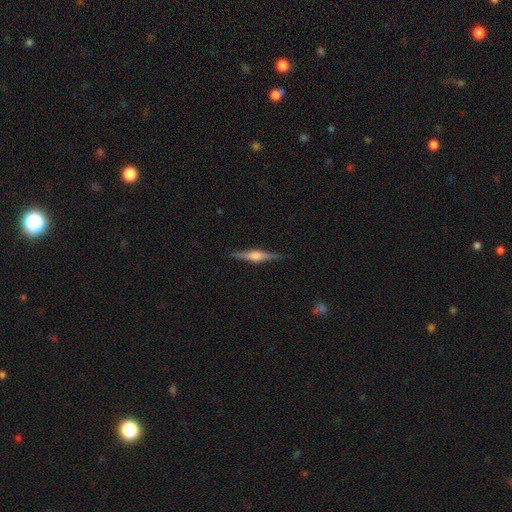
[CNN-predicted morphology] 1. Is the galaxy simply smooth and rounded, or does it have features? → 75% featured or disk, 19% smooth, 6% star or artifact.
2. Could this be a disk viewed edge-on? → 98% yes, 2% no.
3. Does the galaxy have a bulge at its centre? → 87% rounded, 10% boxy, 3% none.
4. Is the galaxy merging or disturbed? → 90% none, 7% minor disturbance, 2% major disturbance, 1% merger.